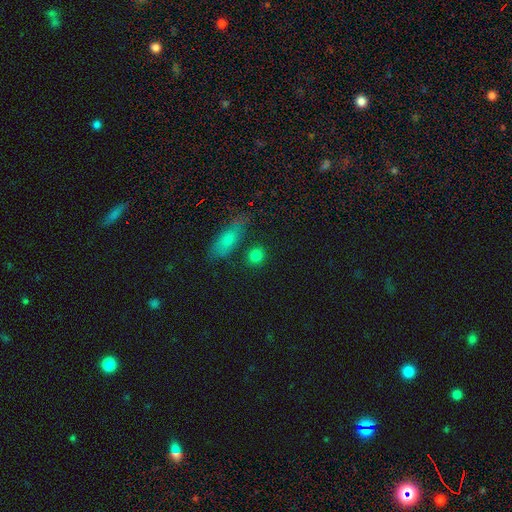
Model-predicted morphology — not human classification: This appears to be a smooth galaxy with no disk features (82%) that is round (77%). Merging: none (79%).